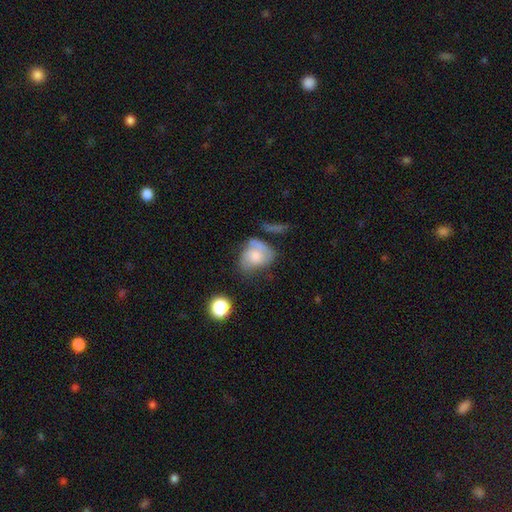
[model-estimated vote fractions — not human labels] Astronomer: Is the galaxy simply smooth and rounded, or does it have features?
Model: smooth — 54% (runner-up: featured or disk, 38%).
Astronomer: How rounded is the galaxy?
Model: in between — 59% (runner-up: round, 40%).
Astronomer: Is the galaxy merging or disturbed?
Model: none — 31% (runner-up: minor disturbance, 27%).